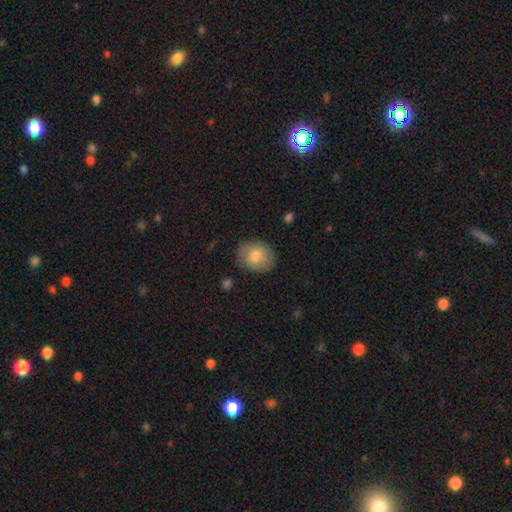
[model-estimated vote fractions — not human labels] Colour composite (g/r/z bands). It shows a smooth galaxy with no disk features (72%) that is round (60%). Merging: none (79%).